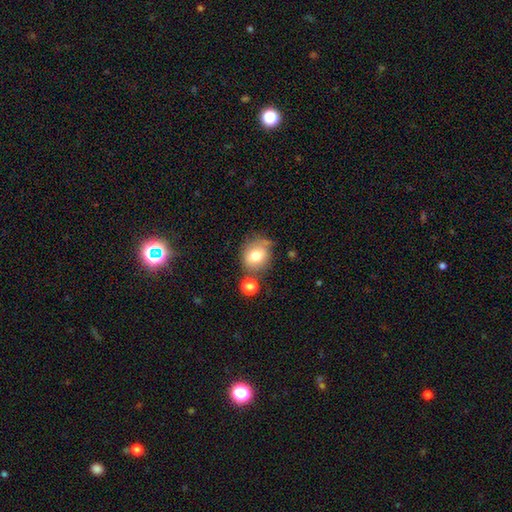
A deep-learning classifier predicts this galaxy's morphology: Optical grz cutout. It shows a smooth galaxy with no disk features (73%) that is round (71%). Merging: none (57%).